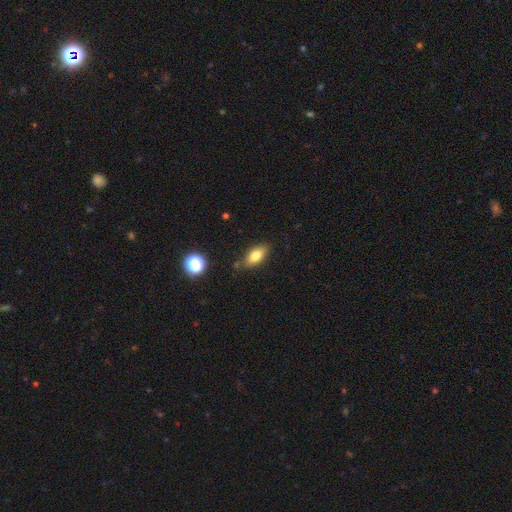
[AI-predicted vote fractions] Q: Smooth or featured?
A: smooth (77%); runner-up: featured or disk (14%)
Q: How rounded?
A: in between (85%); runner-up: cigar-shaped (10%)
Q: Merging?
A: none (79%); runner-up: minor disturbance (14%)